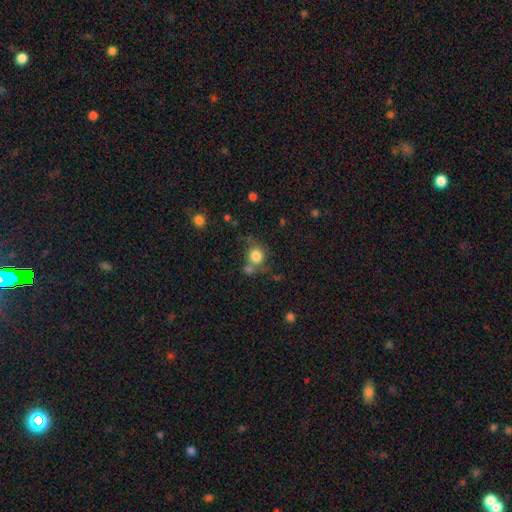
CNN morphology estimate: A smooth galaxy with no disk features (81%) that is round (82%).

Vote fractions:
- Smooth or featured? smooth: 81% / star or artifact: 11% / featured or disk: 8%
- How rounded? round: 82% / in between: 17% / cigar-shaped: 1%
- Merging? none: 55% / merger: 26% / minor disturbance: 13% / major disturbance: 6%